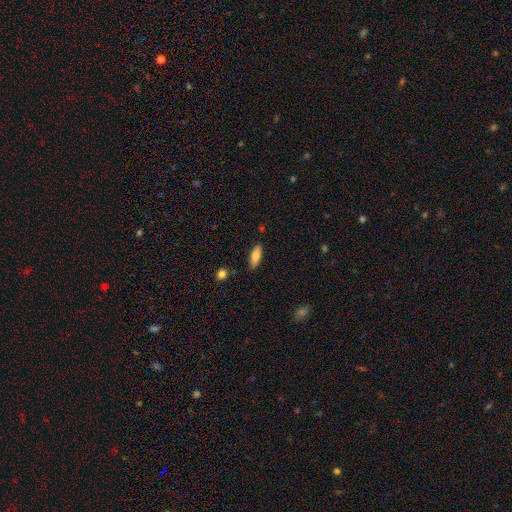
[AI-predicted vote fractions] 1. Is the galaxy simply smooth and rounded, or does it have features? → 78% smooth, 16% featured or disk, 7% star or artifact.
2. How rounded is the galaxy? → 73% in between, 25% cigar-shaped, 2% round.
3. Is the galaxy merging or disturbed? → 86% none, 11% minor disturbance, 2% major disturbance, 2% merger.